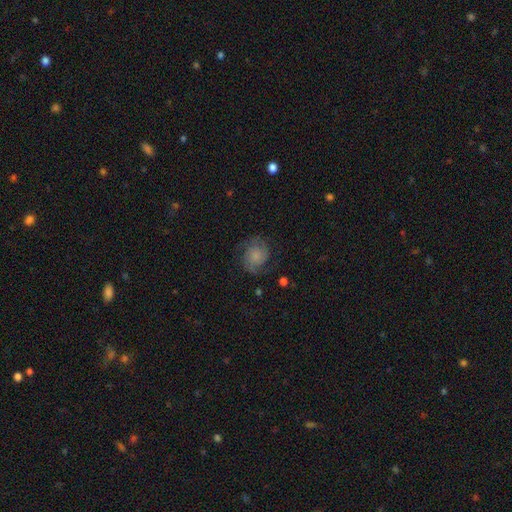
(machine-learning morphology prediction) A featured or disk galaxy (61%) with no bar (75%), 2 (76%) medium (44%) spiral arms (93%) and a small central bulge (42%).

Vote fractions:
- Smooth or featured? featured or disk: 61% / smooth: 29% / star or artifact: 9%
- Edge-on disk? no: 98% / yes: 2%
- Bar? no: 75% / weak: 21% / strong: 3%
- Spiral arms? yes: 93% / no: 7%
- Spiral winding? medium: 44% / tight: 37% / loose: 20%
- Spiral arm count? 2: 76% / can't tell: 10% / 3: 6% / 1: 3% / 4: 2% / more than 4: 2%
- Bulge size? small: 42% / none: 31% / moderate: 17% / large: 7% / dominant: 3%
- Merging? none: 71% / minor disturbance: 17% / major disturbance: 10% / merger: 1%